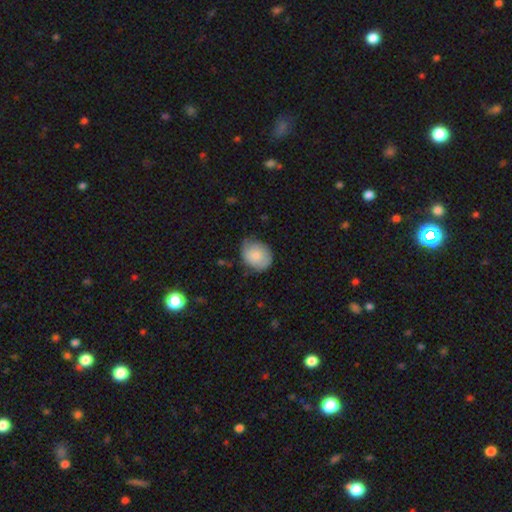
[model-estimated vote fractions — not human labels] Smooth or featured? Predicted: smooth (p=0.73). How rounded? Predicted: round (p=0.57). Merging? Predicted: none (p=0.58).